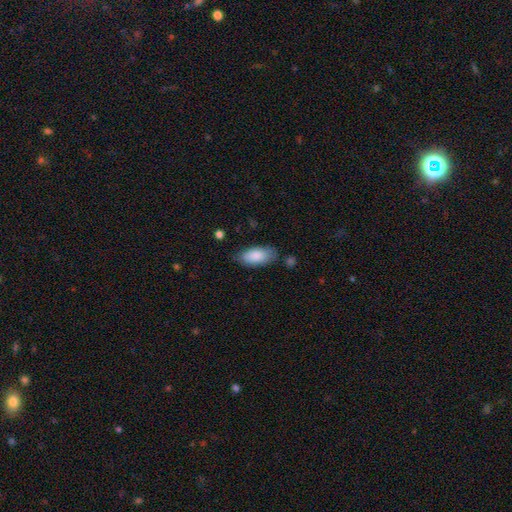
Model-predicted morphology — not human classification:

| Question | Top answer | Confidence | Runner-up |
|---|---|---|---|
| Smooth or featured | smooth | 86% | featured or disk (8%) |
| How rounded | in between | 92% | cigar-shaped (6%) |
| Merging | none | 76% | minor disturbance (18%) |